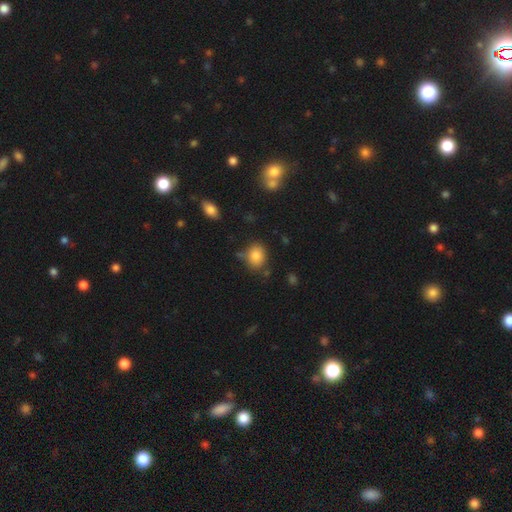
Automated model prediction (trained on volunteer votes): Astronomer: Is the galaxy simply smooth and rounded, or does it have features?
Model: smooth — 84%.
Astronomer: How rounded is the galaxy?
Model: round — 53% (runner-up: in between, 46%).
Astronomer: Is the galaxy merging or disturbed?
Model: none — 73%.